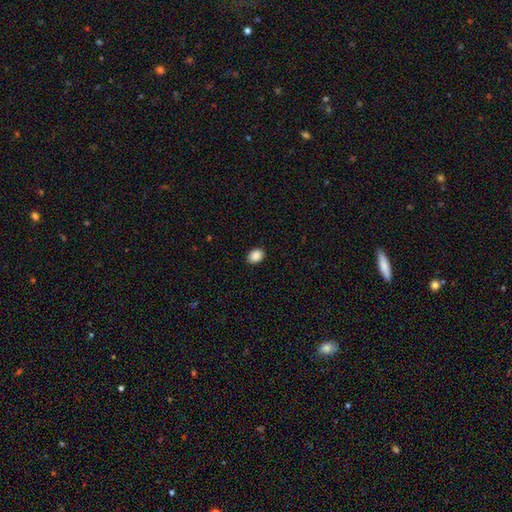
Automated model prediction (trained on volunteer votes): Overall: smooth (89%). How rounded: in between (66%; round 33%). Merging: none (89%).